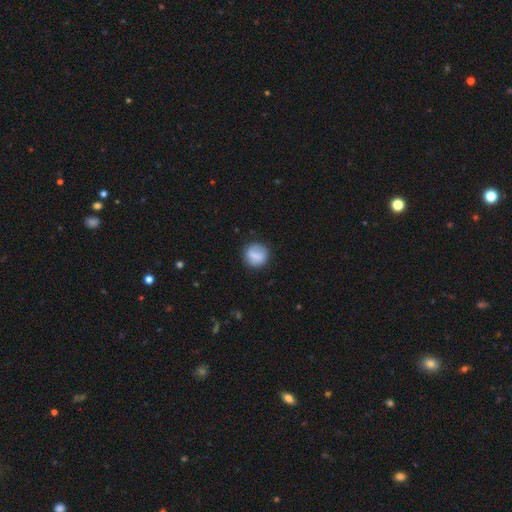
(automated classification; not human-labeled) Smooth or featured?
  - smooth: 74% *
  - featured or disk: 19%
  - star or artifact: 7%
How rounded?
  - round: 87% *
  - in between: 12%
  - cigar-shaped: 1%
Merging?
  - none: 80% *
  - minor disturbance: 14%
  - major disturbance: 5%
  - merger: 2%